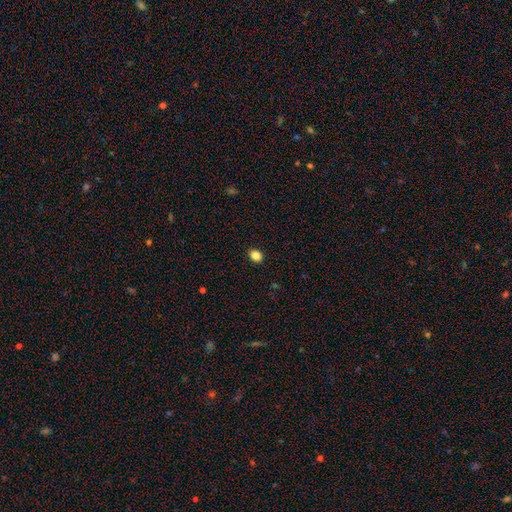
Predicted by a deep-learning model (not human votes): A smooth galaxy with no disk features (85%) that is in between round and cigar-shaped (53%).

Vote fractions:
- Smooth or featured? smooth: 85% / star or artifact: 11% / featured or disk: 4%
- How rounded? in between: 53% / round: 47% / cigar-shaped: 1%
- Merging? none: 91% / minor disturbance: 7% / major disturbance: 2% / merger: 1%